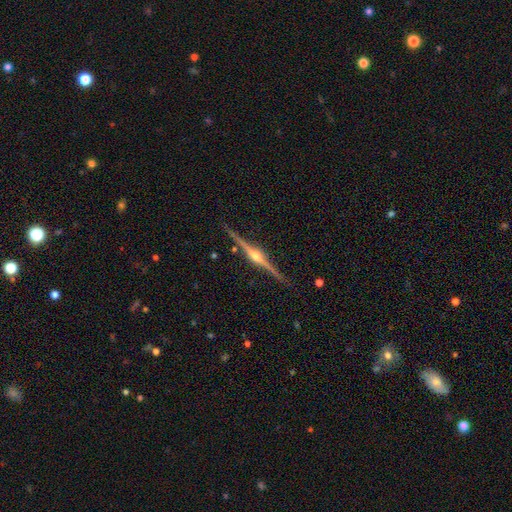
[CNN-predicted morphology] smooth_or_featured: featured or disk (p=0.90) [alt: smooth p=0.06]
disk_edge_on: yes (p=0.99) [alt: no p=0.01]
edge_on_bulge: rounded (p=0.94) [alt: boxy p=0.04]
merging: none (p=0.90) [alt: minor disturbance p=0.07]